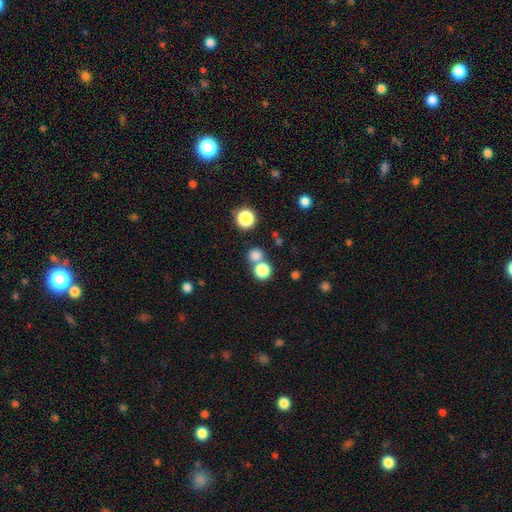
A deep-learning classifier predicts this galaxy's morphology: smooth 78%, star or artifact 16%, featured or disk 6%. Down the decision tree: how rounded — round (88%); merging — none (62%).